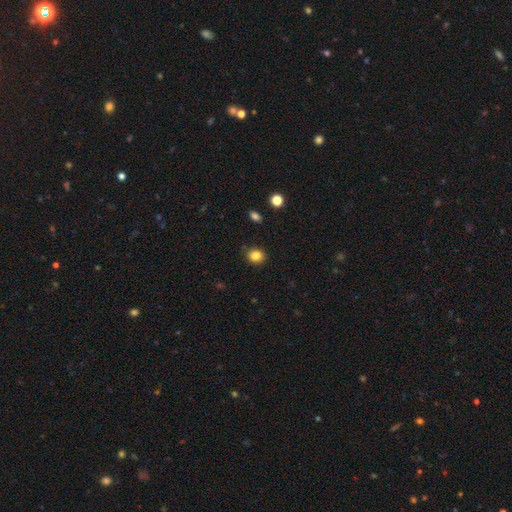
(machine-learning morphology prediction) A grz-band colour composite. It shows a smooth galaxy with no disk features (84%) that is round (69%). Merging: none (85%).